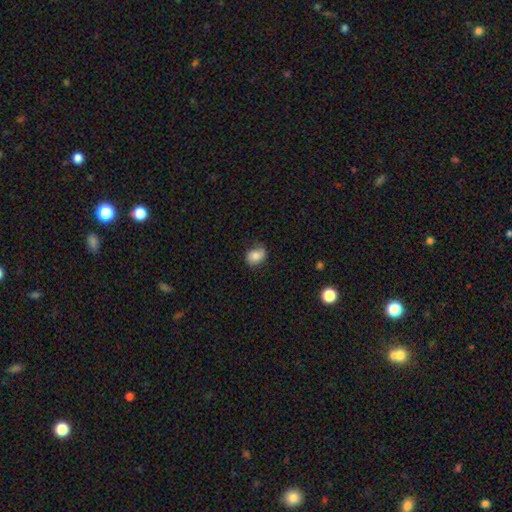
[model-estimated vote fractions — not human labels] smooth-or-featured: smooth: 73% | featured or disk: 18% | star or artifact: 9%
  how-rounded: in between: 57% | round: 42% | cigar-shaped: 1%
  merging: none: 63% | minor disturbance: 27% | major disturbance: 8% | merger: 2%